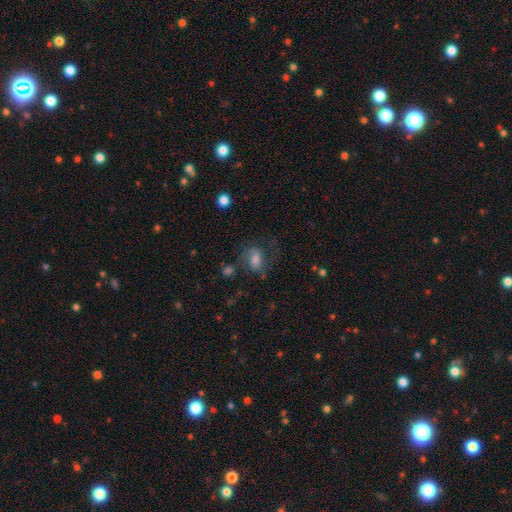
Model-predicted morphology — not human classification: Smooth or featured? Predicted: featured or disk (p=0.41). Merging? Predicted: none (p=0.60).